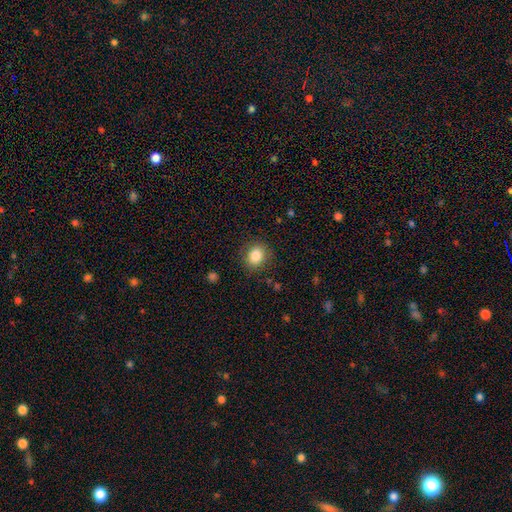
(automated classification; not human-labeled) A smooth galaxy with no disk features (84%) that is round (71%). Merging: none (87%).